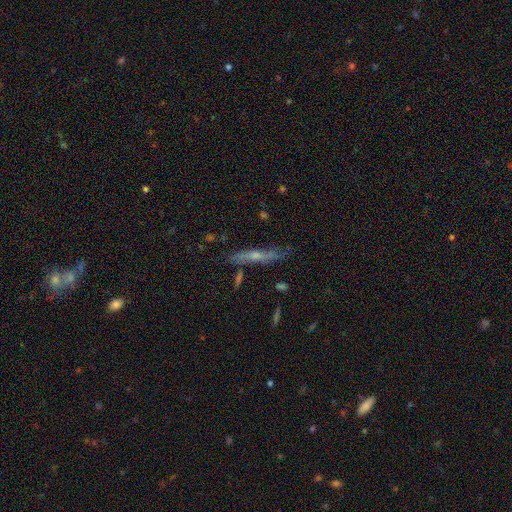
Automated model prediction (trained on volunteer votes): Smooth or featured?
  - featured or disk: 61% *
  - smooth: 30%
  - star or artifact: 9%
Edge-on disk?
  - yes: 89% *
  - no: 11%
Edge-on bulge?
  - rounded: 69% *
  - none: 25%
  - boxy: 5%
Merging?
  - none: 76% *
  - minor disturbance: 16%
  - major disturbance: 4%
  - merger: 4%